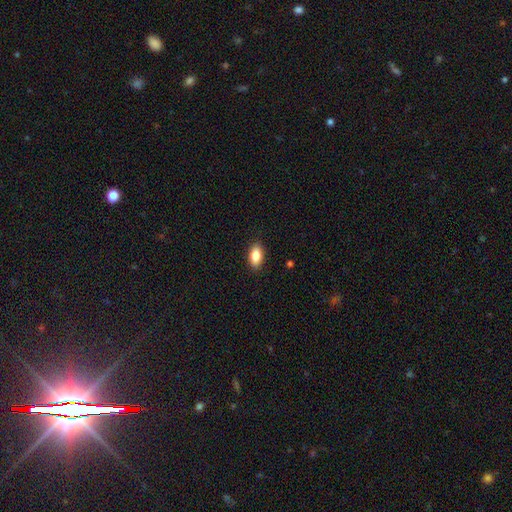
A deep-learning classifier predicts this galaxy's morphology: smooth 87%, star or artifact 7%, featured or disk 6%. Down the decision tree: how rounded — in between (91%); merging — none (89%).